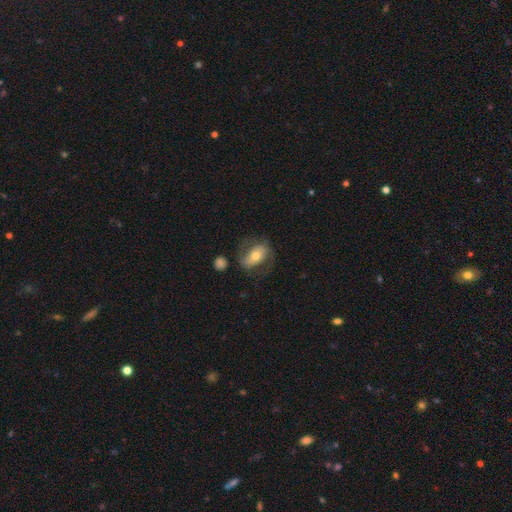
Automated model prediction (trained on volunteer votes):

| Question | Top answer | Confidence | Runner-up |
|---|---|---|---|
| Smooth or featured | featured or disk | 54% | smooth (39%) |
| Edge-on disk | no | 93% | yes (7%) |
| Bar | no | 38% | strong (35%) |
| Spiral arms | yes | 70% | no (30%) |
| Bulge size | moderate | 64% | small (24%) |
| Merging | none | 61% | minor disturbance (19%) |